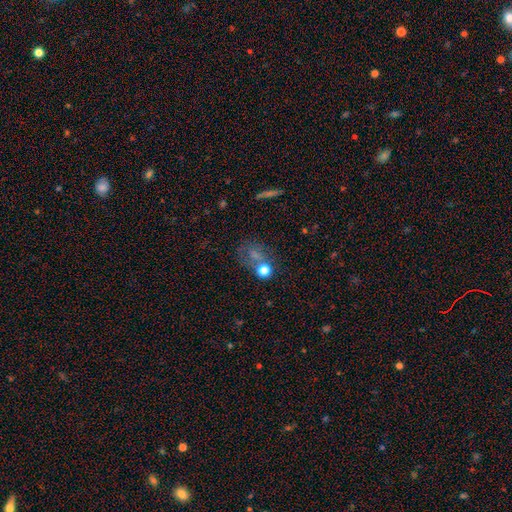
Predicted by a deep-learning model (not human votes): A smooth galaxy with no disk features (49%). Merging: none (48%).